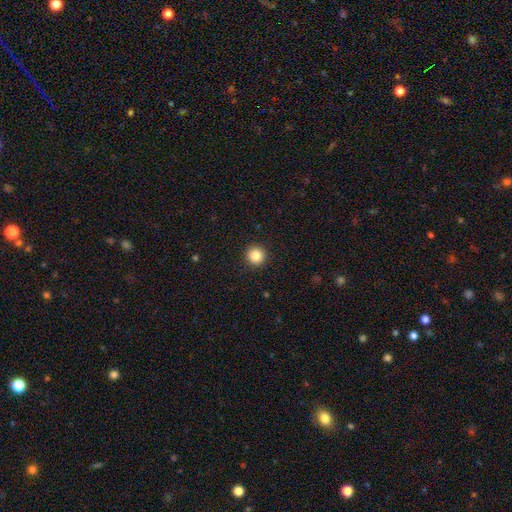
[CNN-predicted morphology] This appears to be a smooth galaxy with no disk features (85%) that is round (95%). Merging: none (93%).